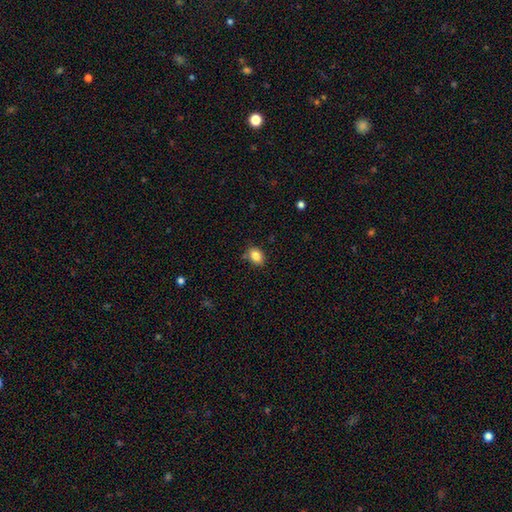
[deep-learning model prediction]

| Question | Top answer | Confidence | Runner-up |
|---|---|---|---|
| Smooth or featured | smooth | 85% | star or artifact (9%) |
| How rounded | in between | 73% | round (26%) |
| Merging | none | 78% | minor disturbance (14%) |